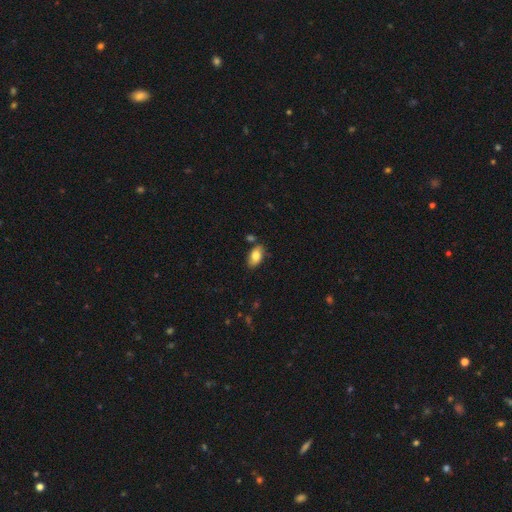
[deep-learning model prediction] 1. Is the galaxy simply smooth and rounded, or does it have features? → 81% smooth, 12% featured or disk, 7% star or artifact.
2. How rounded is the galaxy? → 93% in between, 4% round, 3% cigar-shaped.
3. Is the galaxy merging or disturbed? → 79% none, 13% minor disturbance, 5% merger, 3% major disturbance.